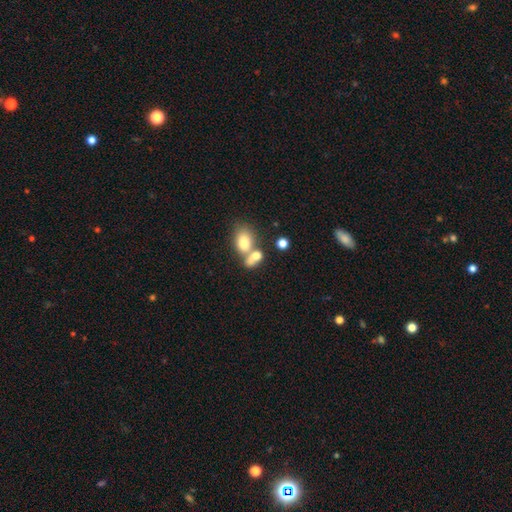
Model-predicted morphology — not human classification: This appears to be a smooth galaxy with no disk features (74%) that is in between round and cigar-shaped (72%). Merging: merger (60%).